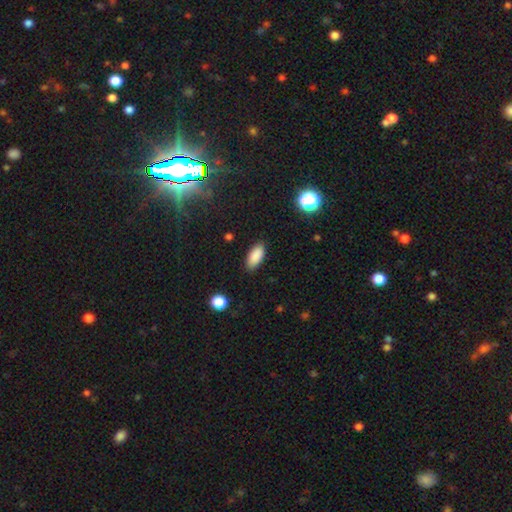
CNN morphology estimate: A smooth galaxy with no disk features (88%) that is in between round and cigar-shaped (88%). Merging: none (87%).